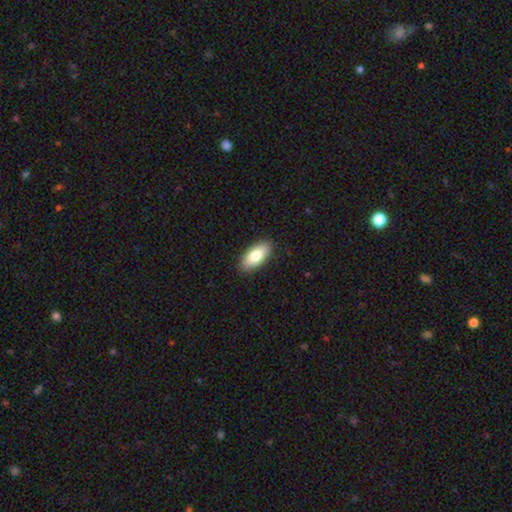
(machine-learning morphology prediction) smooth-or-featured: smooth: 78% | featured or disk: 16% | star or artifact: 6%
  how-rounded: in between: 90% | cigar-shaped: 7% | round: 3%
  merging: none: 89% | minor disturbance: 8% | major disturbance: 2% | merger: 1%